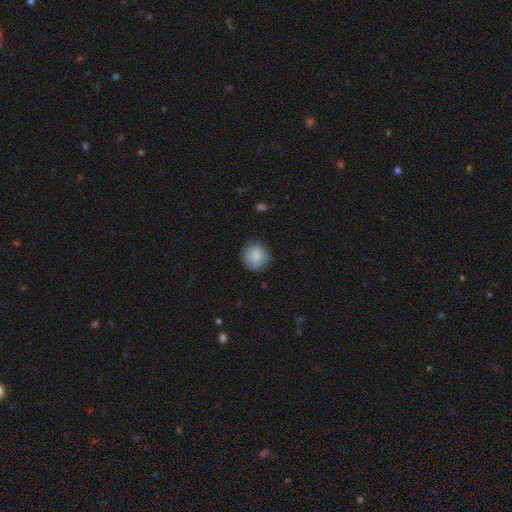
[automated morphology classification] Q: Smooth or featured?
A: smooth (84%); runner-up: featured or disk (9%)
Q: How rounded?
A: round (86%); runner-up: in between (13%)
Q: Merging?
A: none (80%); runner-up: minor disturbance (15%)